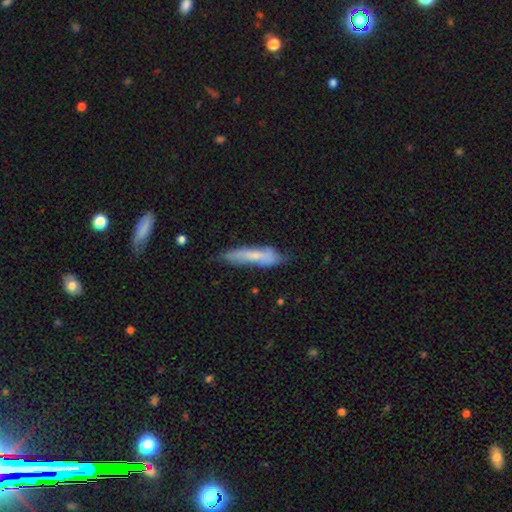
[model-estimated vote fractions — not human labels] This appears to be a smooth galaxy with no disk features (59%) that is cigar-shaped (77%). Merging: none (57%).